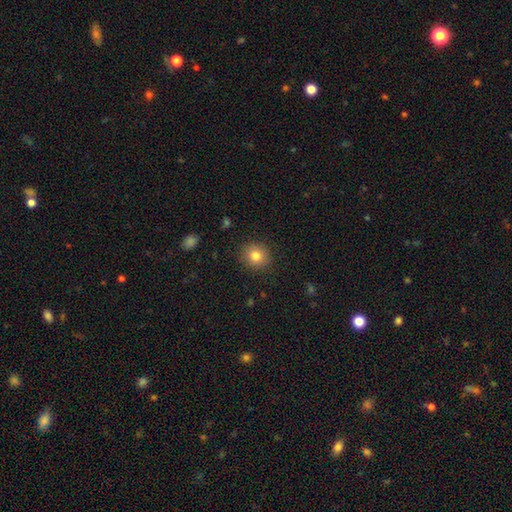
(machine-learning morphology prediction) A smooth galaxy with no disk features (81%) that is round (83%). Merging: none (89%).